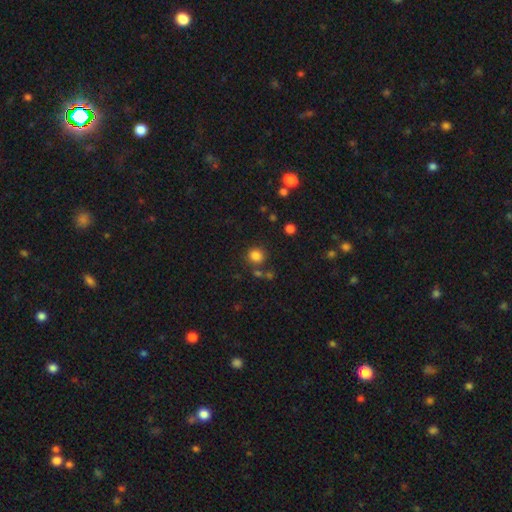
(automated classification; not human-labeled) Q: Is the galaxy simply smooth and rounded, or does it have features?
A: smooth — 82%.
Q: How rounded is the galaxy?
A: round — 89%.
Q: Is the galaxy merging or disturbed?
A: none — 79%.